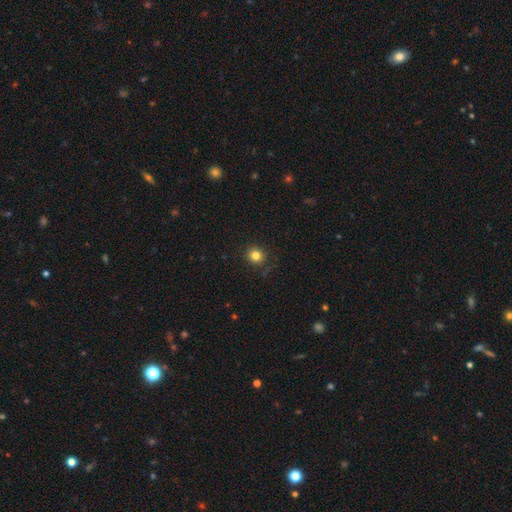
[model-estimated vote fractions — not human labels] smooth_or_featured: smooth (p=0.82) [alt: star or artifact p=0.13]
how_rounded: round (p=0.91) [alt: in between p=0.08]
merging: none (p=0.89) [alt: minor disturbance p=0.08]